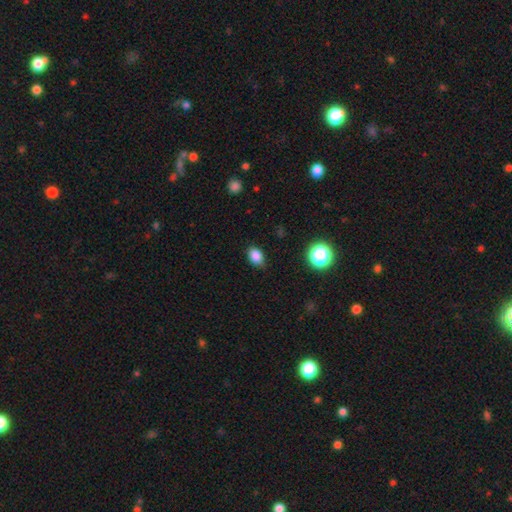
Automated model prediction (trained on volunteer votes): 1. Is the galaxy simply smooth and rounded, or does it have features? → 84% smooth, 11% star or artifact, 4% featured or disk.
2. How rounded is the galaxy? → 77% in between, 22% round, 1% cigar-shaped.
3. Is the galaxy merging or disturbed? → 80% none, 16% minor disturbance, 3% major disturbance, 1% merger.